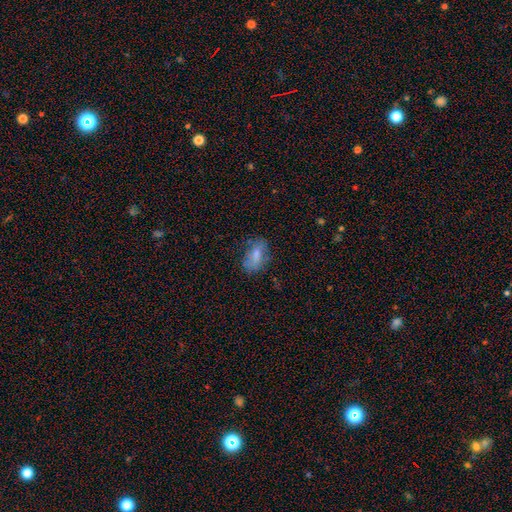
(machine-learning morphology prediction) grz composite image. It shows a smooth galaxy with no disk features (72%) that is in between round and cigar-shaped (89%). Merging: none (67%).